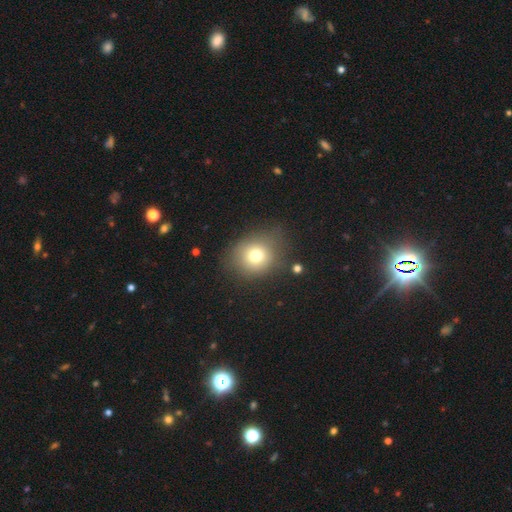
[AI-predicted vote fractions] A smooth galaxy with no disk features (74%) that is round (76%).

Vote fractions:
- Smooth or featured? smooth: 74% / featured or disk: 13% / star or artifact: 13%
- How rounded? round: 76% / in between: 23% / cigar-shaped: 1%
- Merging? none: 72% / minor disturbance: 18% / major disturbance: 8% / merger: 3%